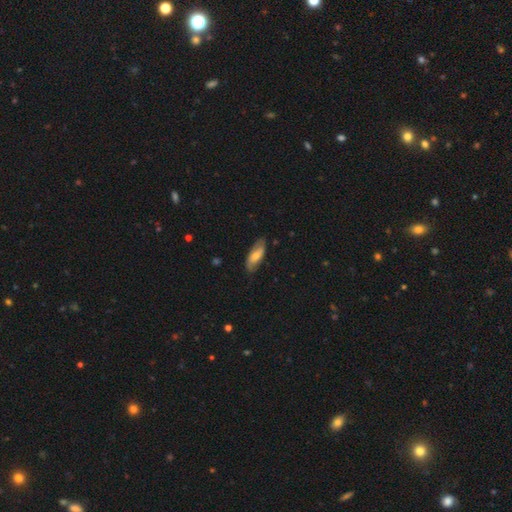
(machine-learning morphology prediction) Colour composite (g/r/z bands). It shows a smooth galaxy with no disk features (54%) that is in between round and cigar-shaped (73%). Merging: none (76%).